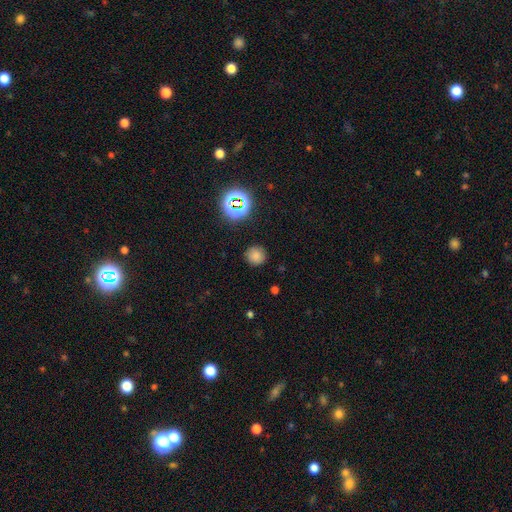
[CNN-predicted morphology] Smooth or featured? Predicted: smooth (p=0.76). How rounded? Predicted: round (p=0.91). Merging? Predicted: none (p=0.87).